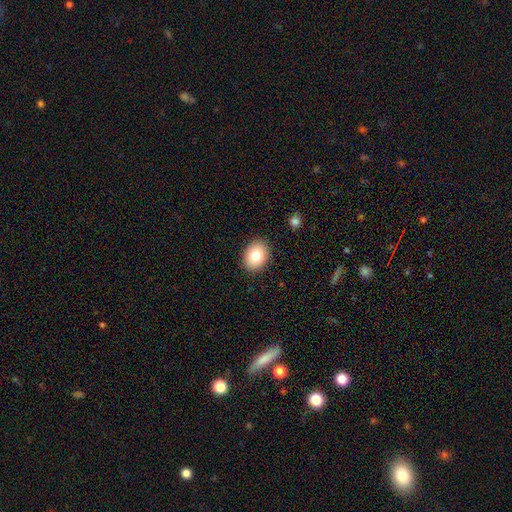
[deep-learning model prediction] This is clearly a smooth galaxy (82%). How rounded: likely in between (63%). Merging: clearly none (89%).